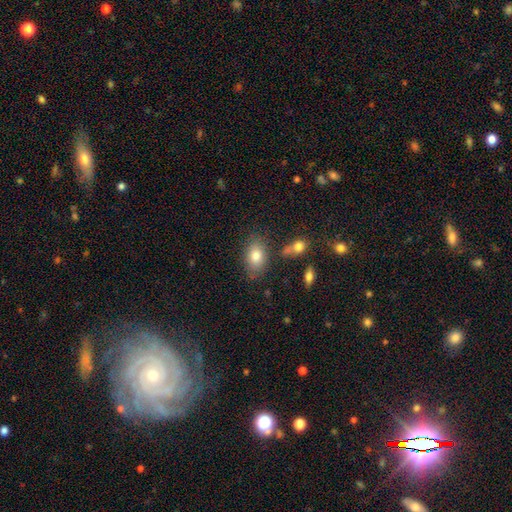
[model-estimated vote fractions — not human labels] smooth-or-featured: smooth: 79% | featured or disk: 12% | star or artifact: 9%
  how-rounded: in between: 83% | round: 15% | cigar-shaped: 2%
  merging: none: 76% | minor disturbance: 15% | merger: 5% | major disturbance: 4%